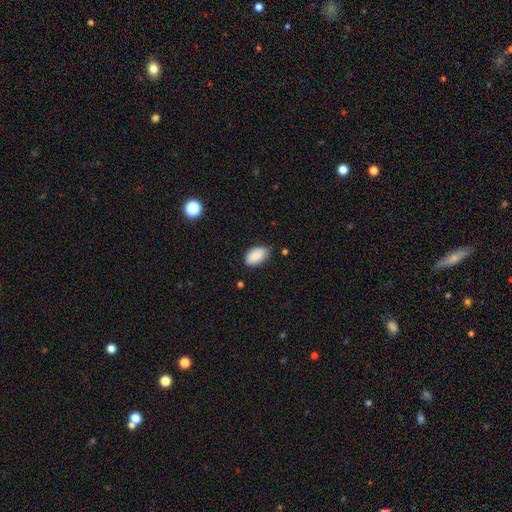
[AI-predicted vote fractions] Smooth or featured: smooth — 88% (star or artifact — 7%)
How rounded: in between — 94% (round — 5%)
Merging: none — 74% (minor disturbance — 22%)